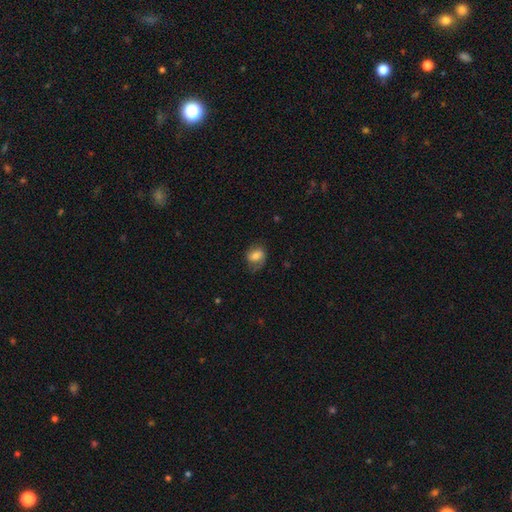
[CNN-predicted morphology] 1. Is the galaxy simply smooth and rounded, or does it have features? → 65% smooth, 27% featured or disk, 8% star or artifact.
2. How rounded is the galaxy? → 64% in between, 34% round, 1% cigar-shaped.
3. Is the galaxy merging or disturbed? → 57% none, 26% minor disturbance, 15% major disturbance, 1% merger.